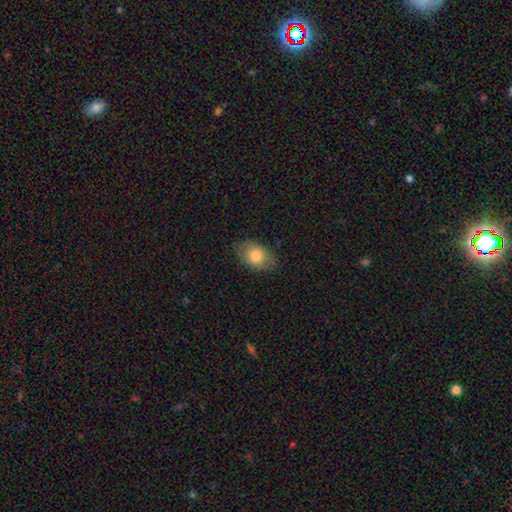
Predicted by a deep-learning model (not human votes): A smooth galaxy with no disk features (78%) that is in between round and cigar-shaped (80%).

Vote fractions:
- Smooth or featured? smooth: 78% / featured or disk: 15% / star or artifact: 7%
- How rounded? in between: 80% / round: 19% / cigar-shaped: 1%
- Merging? none: 78% / minor disturbance: 16% / major disturbance: 4% / merger: 1%